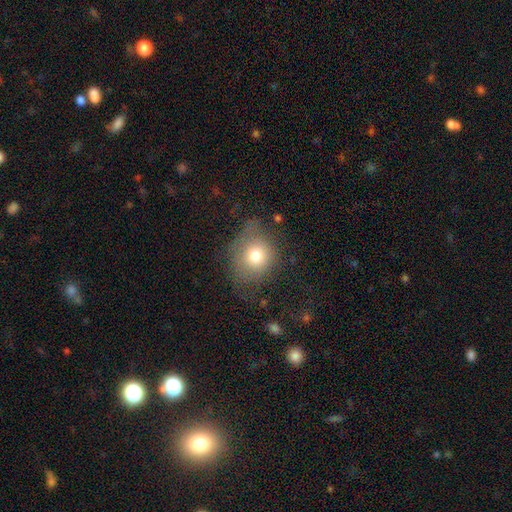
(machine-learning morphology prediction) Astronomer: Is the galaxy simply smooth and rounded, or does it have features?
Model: smooth — 74%.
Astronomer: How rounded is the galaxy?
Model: round — 72%.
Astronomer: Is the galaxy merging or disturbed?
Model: none — 53%.